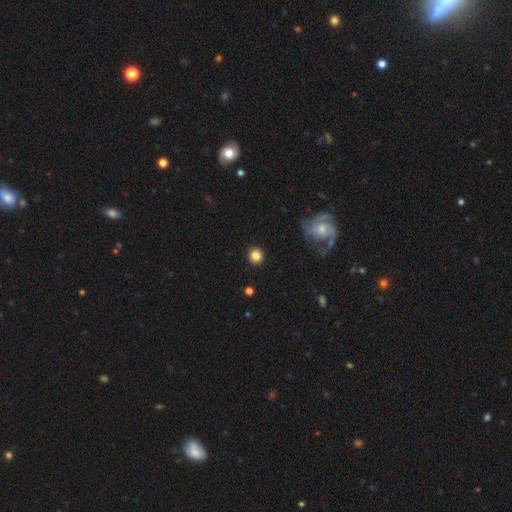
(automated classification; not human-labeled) Q: Smooth or featured?
A: smooth (84%); runner-up: star or artifact (10%)
Q: How rounded?
A: round (94%); runner-up: in between (5%)
Q: Merging?
A: none (91%); runner-up: minor disturbance (5%)